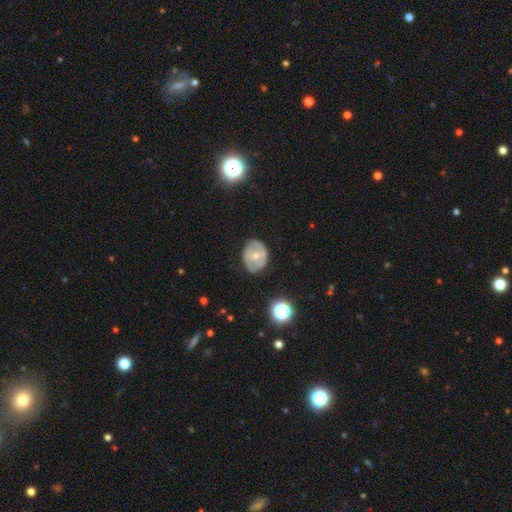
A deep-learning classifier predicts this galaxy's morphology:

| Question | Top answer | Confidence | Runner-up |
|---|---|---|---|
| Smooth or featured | featured or disk | 54% | smooth (37%) |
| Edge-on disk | no | 95% | yes (5%) |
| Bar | no | 65% | weak (26%) |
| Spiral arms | no | 53% | yes (47%) |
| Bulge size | small | 49% | moderate (48%) |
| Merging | none | 65% | minor disturbance (26%) |